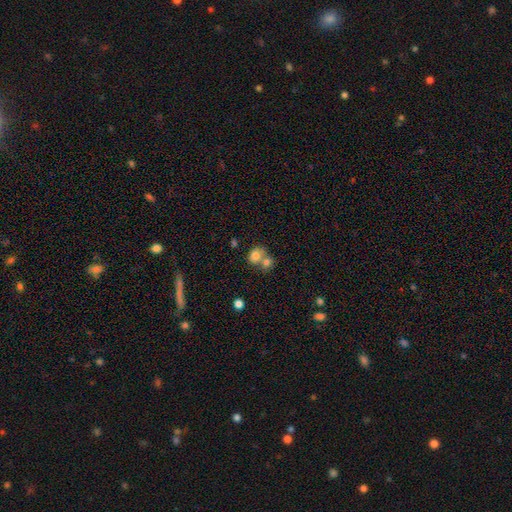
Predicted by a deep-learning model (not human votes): Smooth or featured?
  - smooth: 74% *
  - featured or disk: 16%
  - star or artifact: 10%
How rounded?
  - round: 69% *
  - in between: 30%
  - cigar-shaped: 1%
Merging?
  - merger: 61% *
  - none: 29%
  - minor disturbance: 7%
  - major disturbance: 4%